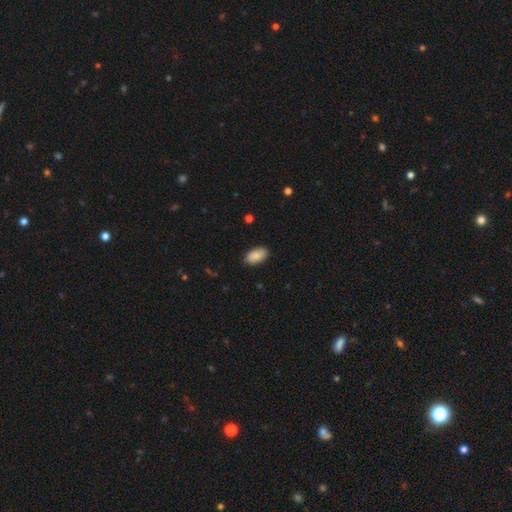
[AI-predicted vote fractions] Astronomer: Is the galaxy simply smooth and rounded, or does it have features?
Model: smooth — 86%.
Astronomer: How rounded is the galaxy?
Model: in between — 94%.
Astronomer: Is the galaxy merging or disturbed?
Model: none — 87%.